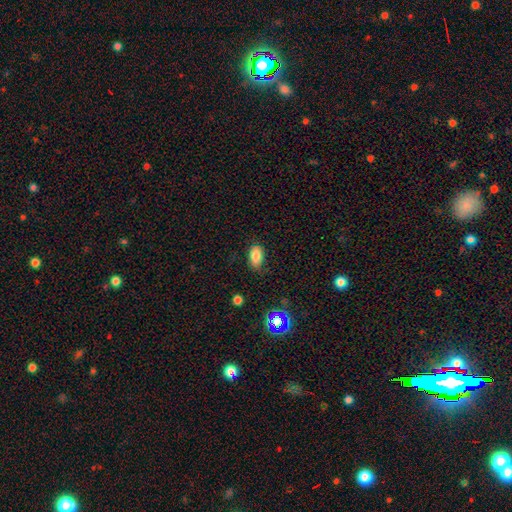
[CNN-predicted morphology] Smooth or featured? smooth (83%)
How rounded? in between (90%)
Merging? none (81%)